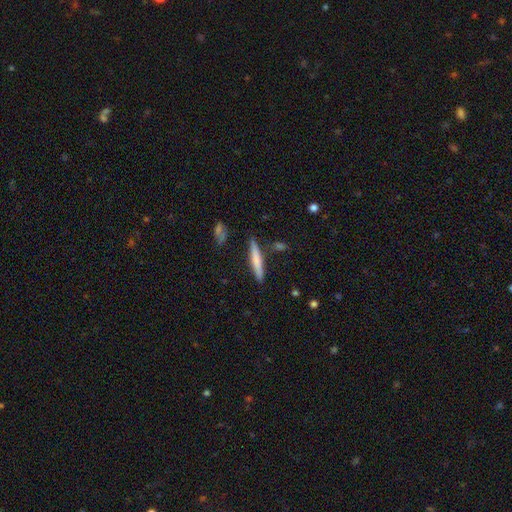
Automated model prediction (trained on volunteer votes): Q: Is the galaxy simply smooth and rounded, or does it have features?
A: smooth — 61%.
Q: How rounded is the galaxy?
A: cigar-shaped — 94%.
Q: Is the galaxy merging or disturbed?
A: none — 85%.